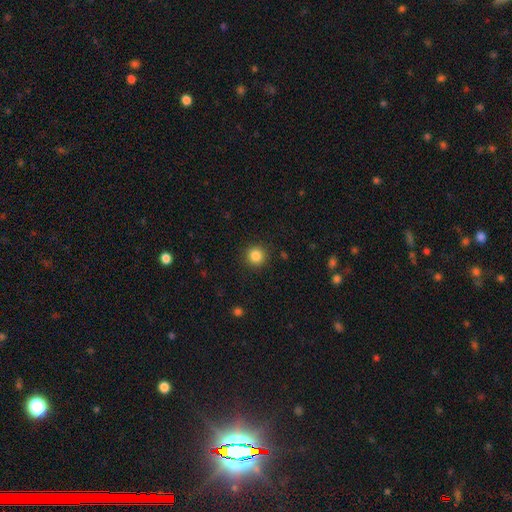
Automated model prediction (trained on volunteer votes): The model was most divided on "smooth or featured": smooth: 85%, star or artifact: 11%, featured or disk: 4%. More confident: how rounded — round (94%); merging — none (91%).